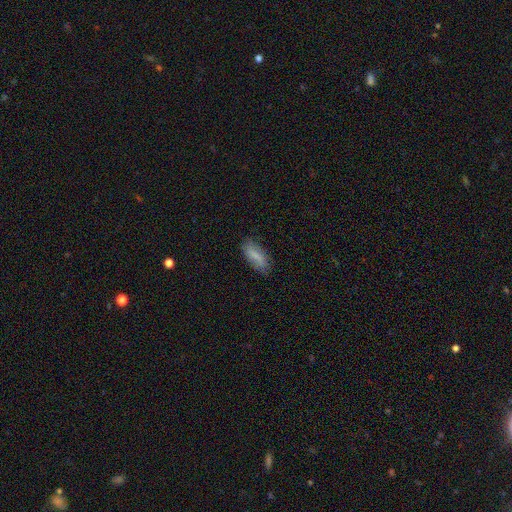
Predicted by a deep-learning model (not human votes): smooth_or_featured: smooth (p=0.76) [alt: featured or disk p=0.17]
how_rounded: in between (p=0.73) [alt: cigar-shaped p=0.25]
merging: none (p=0.78) [alt: minor disturbance p=0.17]